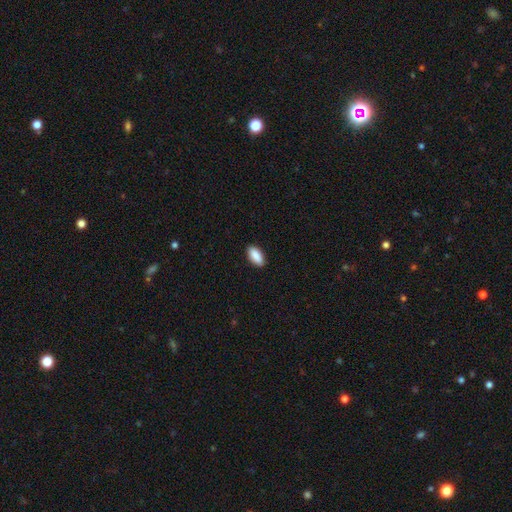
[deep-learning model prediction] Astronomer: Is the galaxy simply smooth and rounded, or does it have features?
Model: smooth — 90%.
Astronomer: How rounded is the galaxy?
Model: in between — 88%.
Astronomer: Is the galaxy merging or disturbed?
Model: none — 88%.